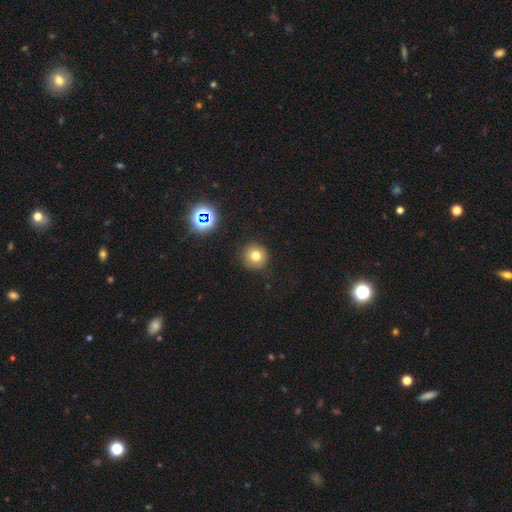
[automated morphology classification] Overall: smooth (74%). How rounded: round (95%). Merging: none (90%).